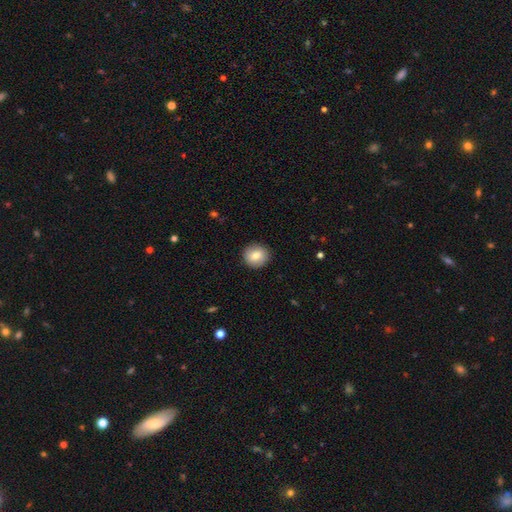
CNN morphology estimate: Overall: smooth (80%). How rounded: round (89%). Merging: none (89%).